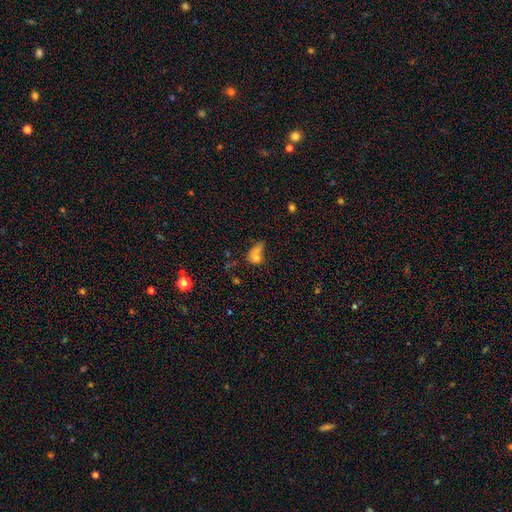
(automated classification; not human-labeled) Smooth or featured: smooth — 68% (featured or disk — 17%)
How rounded: in between — 59% (round — 37%)
Merging: merger — 44% (none — 24%)